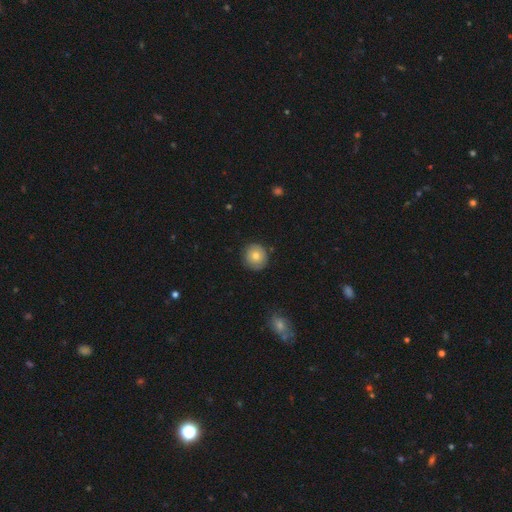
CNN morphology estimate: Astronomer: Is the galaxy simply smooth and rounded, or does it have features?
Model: smooth — 73%.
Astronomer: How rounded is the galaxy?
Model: round — 92%.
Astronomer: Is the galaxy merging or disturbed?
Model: none — 85%.